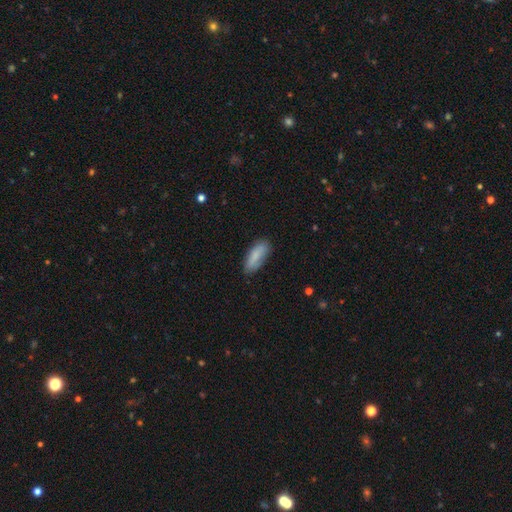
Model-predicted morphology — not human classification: A smooth galaxy with no disk features (84%) that is in between round and cigar-shaped (73%). Merging: none (77%).